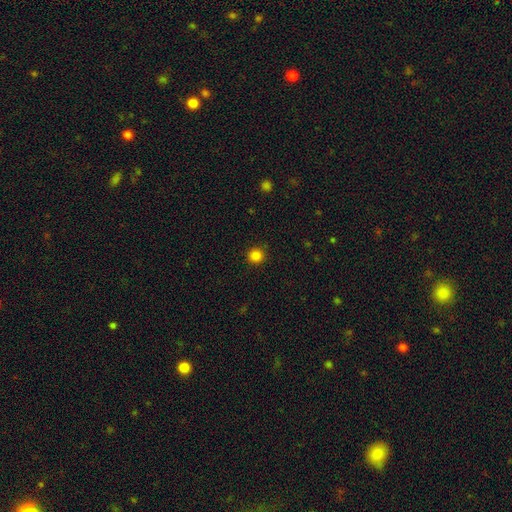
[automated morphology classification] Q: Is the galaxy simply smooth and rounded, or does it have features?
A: smooth — 84%.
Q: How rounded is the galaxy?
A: round — 94%.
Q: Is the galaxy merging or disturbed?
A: none — 92%.